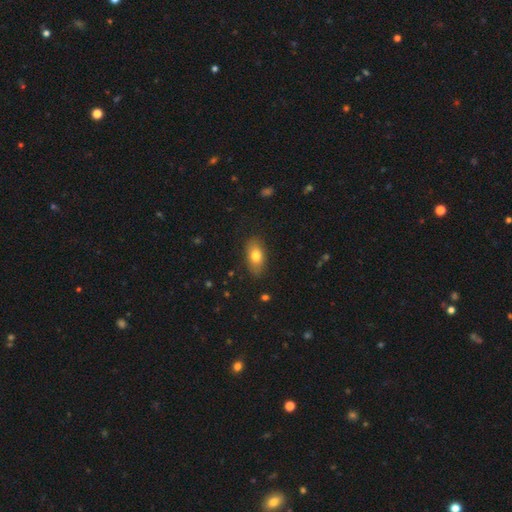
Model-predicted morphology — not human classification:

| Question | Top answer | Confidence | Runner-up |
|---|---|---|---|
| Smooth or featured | smooth | 77% | featured or disk (16%) |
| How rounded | in between | 88% | round (7%) |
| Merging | none | 83% | minor disturbance (13%) |